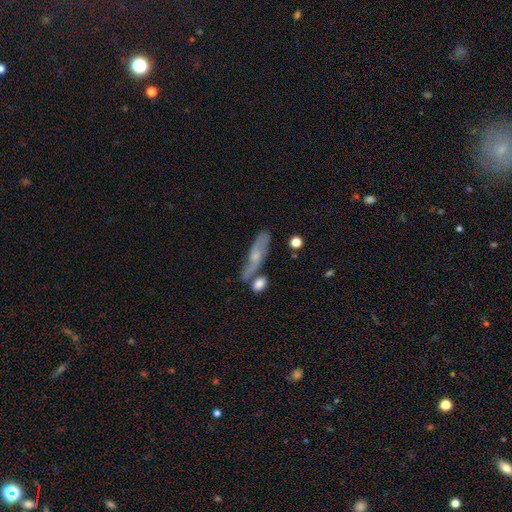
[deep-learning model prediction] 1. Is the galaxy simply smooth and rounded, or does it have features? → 56% featured or disk, 36% smooth, 8% star or artifact.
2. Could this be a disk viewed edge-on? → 50% no (tied), 50% yes (tied).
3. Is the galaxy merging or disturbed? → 54% none, 20% minor disturbance, 17% merger, 9% major disturbance.